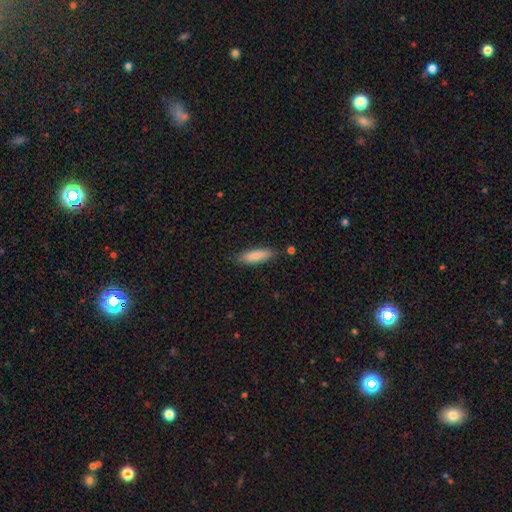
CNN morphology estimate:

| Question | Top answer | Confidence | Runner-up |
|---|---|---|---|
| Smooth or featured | smooth | 85% | featured or disk (9%) |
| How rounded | cigar-shaped | 58% | in between (41%) |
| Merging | none | 83% | minor disturbance (12%) |